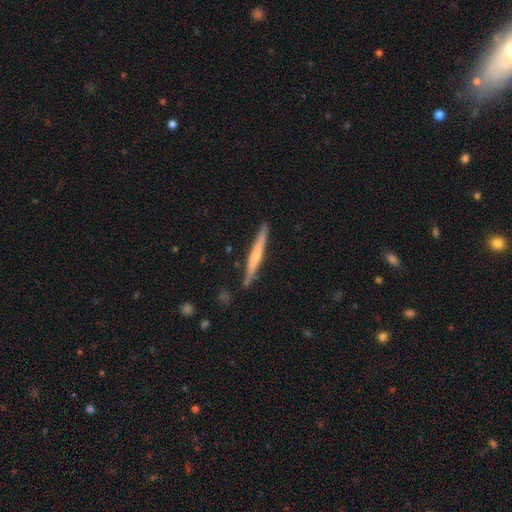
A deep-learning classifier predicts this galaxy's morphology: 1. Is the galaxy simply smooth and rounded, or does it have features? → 60% featured or disk, 34% smooth, 5% star or artifact.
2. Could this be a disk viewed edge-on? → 97% yes, 3% no.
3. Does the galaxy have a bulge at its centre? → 62% rounded, 31% none, 7% boxy.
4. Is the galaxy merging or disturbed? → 88% none, 9% minor disturbance, 2% merger, 1% major disturbance.